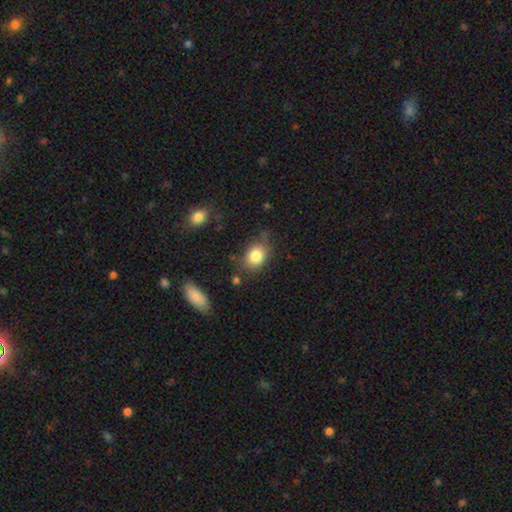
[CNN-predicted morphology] smooth_or_featured: smooth (p=0.82) [alt: star or artifact p=0.09]
how_rounded: in between (p=0.61) [alt: round p=0.38]
merging: none (p=0.70) [alt: minor disturbance p=0.20]